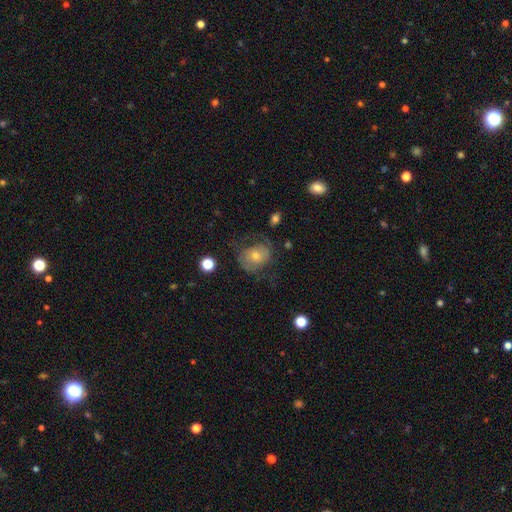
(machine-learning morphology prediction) Overall: featured or disk (59%; smooth 30%). Edge-on disk: no (96%). Bar: no (76%). Spiral arms: yes (75%). Bulge size: moderate (51%; small 41%). Merging: none (58%; major disturbance 21%).